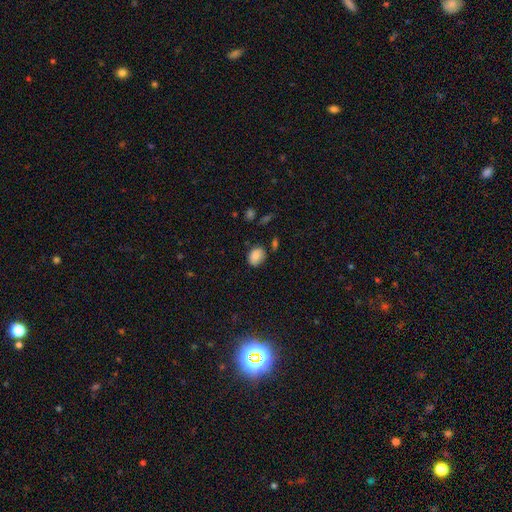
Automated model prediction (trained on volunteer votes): Smooth or featured? Predicted: smooth (p=0.86). How rounded? Predicted: in between (p=0.63). Merging? Predicted: none (p=0.72).